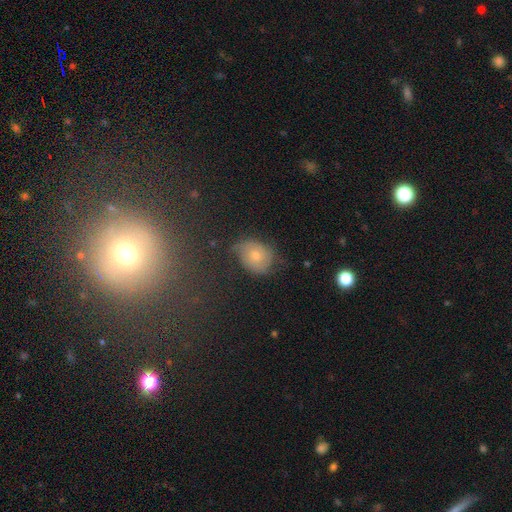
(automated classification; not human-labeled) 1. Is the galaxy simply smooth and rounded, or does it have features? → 54% smooth, 34% featured or disk, 12% star or artifact.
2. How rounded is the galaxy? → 51% in between, 48% round, 1% cigar-shaped.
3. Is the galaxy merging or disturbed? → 53% none, 32% minor disturbance, 12% major disturbance, 2% merger.